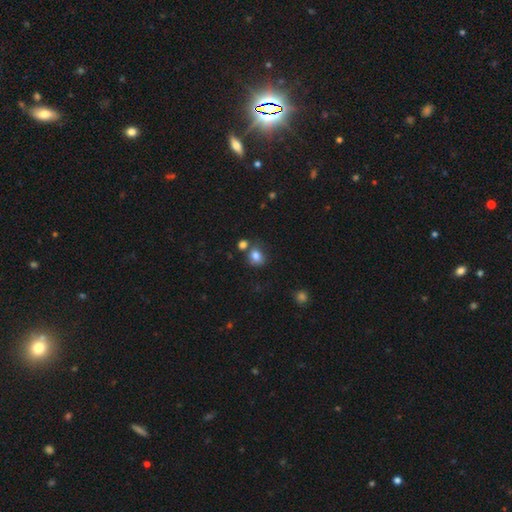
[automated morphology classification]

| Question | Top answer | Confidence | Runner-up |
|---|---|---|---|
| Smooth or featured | smooth | 82% | star or artifact (11%) |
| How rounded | round | 56% | in between (43%) |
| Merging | none | 60% | merger (18%) |